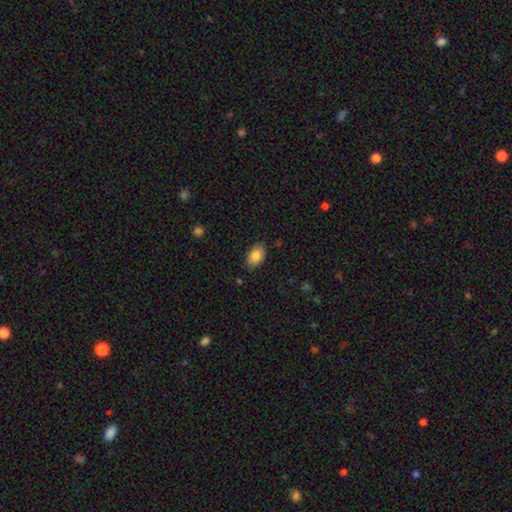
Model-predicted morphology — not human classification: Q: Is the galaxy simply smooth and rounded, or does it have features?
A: smooth — 85%.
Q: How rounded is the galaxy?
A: in between — 90%.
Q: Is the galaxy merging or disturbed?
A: none — 84%.